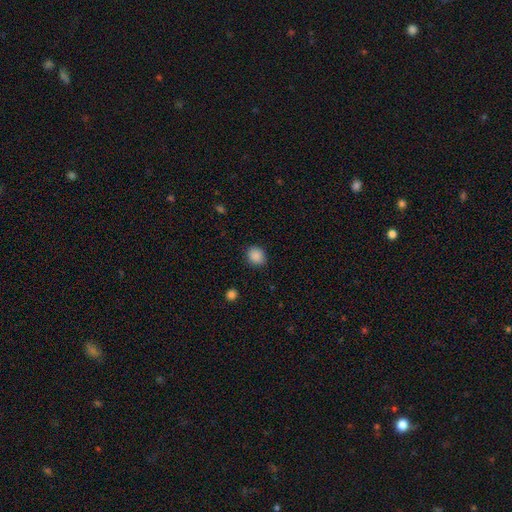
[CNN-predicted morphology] Smooth or featured?
  - smooth: 88% *
  - star or artifact: 9%
  - featured or disk: 3%
How rounded?
  - round: 68% *
  - in between: 31%
  - cigar-shaped: 1%
Merging?
  - none: 85% *
  - minor disturbance: 11%
  - major disturbance: 3%
  - merger: 1%